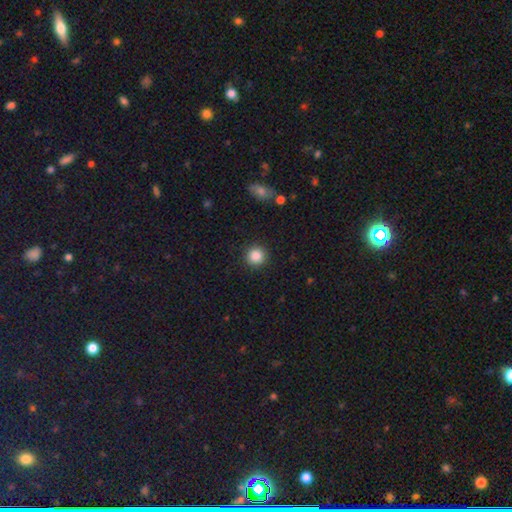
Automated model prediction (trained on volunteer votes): smooth 87%, star or artifact 10%, featured or disk 3%. Down the decision tree: how rounded — round (93%); merging — none (91%).